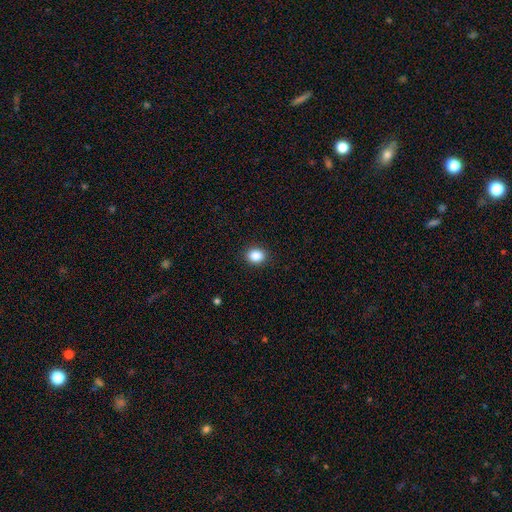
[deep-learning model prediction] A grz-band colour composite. It shows a smooth galaxy with no disk features (87%) that is round (57%). Merging: none (90%).